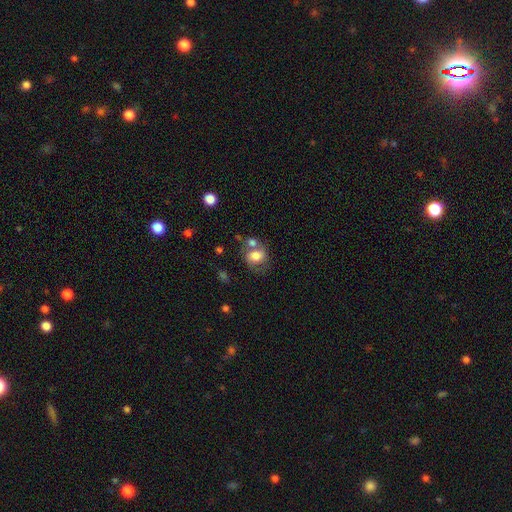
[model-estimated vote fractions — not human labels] This appears to be a smooth galaxy with no disk features (66%) that is round (53%). Merging: none (40%).